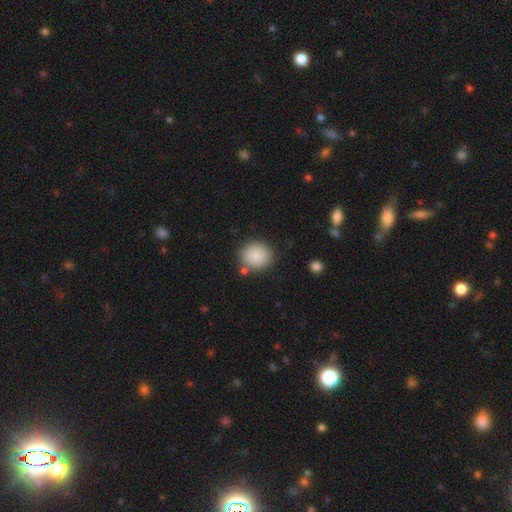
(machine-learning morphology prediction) A smooth galaxy with no disk features (86%) that is round (84%).

Vote fractions:
- Smooth or featured? smooth: 86% / star or artifact: 8% / featured or disk: 6%
- How rounded? round: 84% / in between: 15% / cigar-shaped: 1%
- Merging? none: 81% / minor disturbance: 10% / merger: 6% / major disturbance: 3%